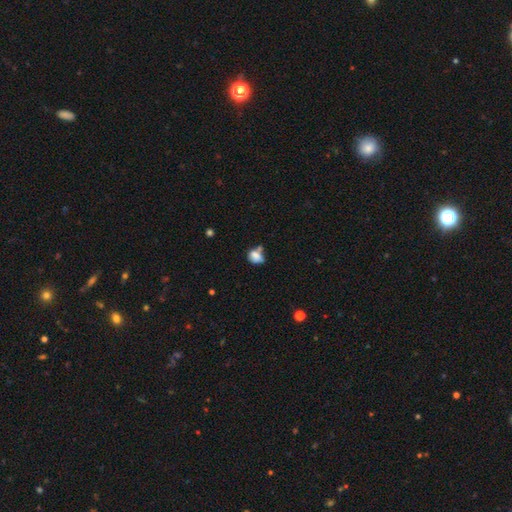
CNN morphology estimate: smooth 76%, featured or disk 13%, star or artifact 11%. Down the decision tree: how rounded — in between (61%); merging — none (38%).